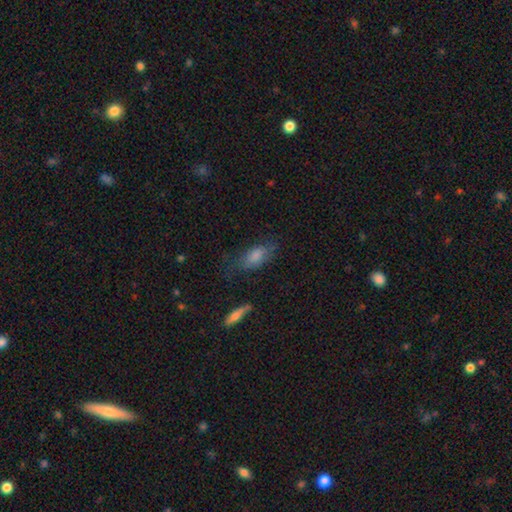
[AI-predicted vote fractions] Q: Smooth or featured?
A: smooth (65%); runner-up: featured or disk (21%)
Q: How rounded?
A: in between (75%); runner-up: cigar-shaped (20%)
Q: Merging?
A: none (63%); runner-up: minor disturbance (23%)